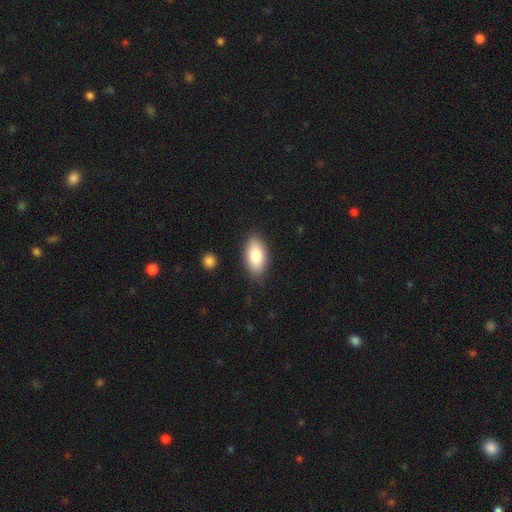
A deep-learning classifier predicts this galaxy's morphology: Smooth or featured: smooth — 80% (featured or disk — 13%)
How rounded: in between — 93% (round — 4%)
Merging: none — 84% (minor disturbance — 12%)